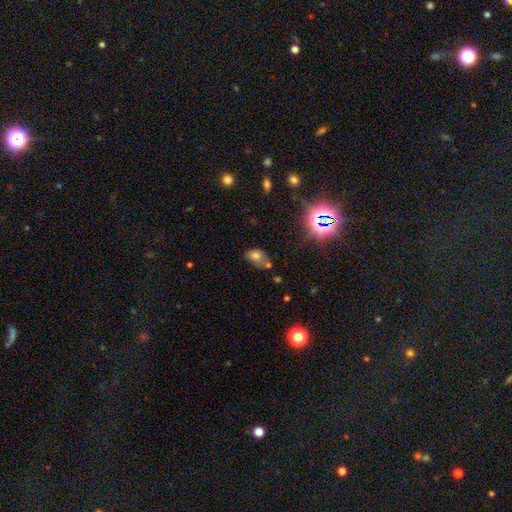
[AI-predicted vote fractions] A smooth galaxy with no disk features (69%) that is in between round and cigar-shaped (73%). Merging: none (42%).